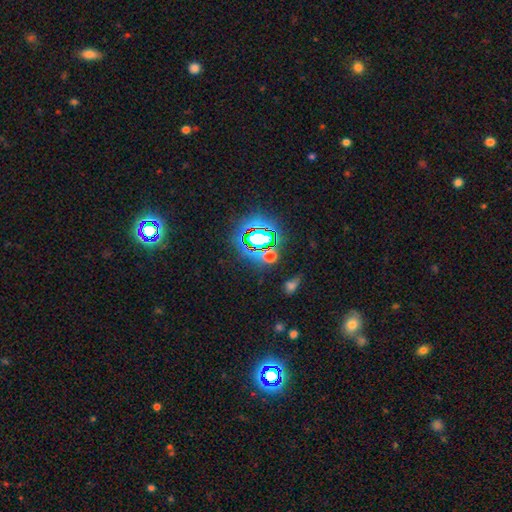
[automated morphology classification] smooth-or-featured: star or artifact: 79% | smooth: 13% | featured or disk: 8%